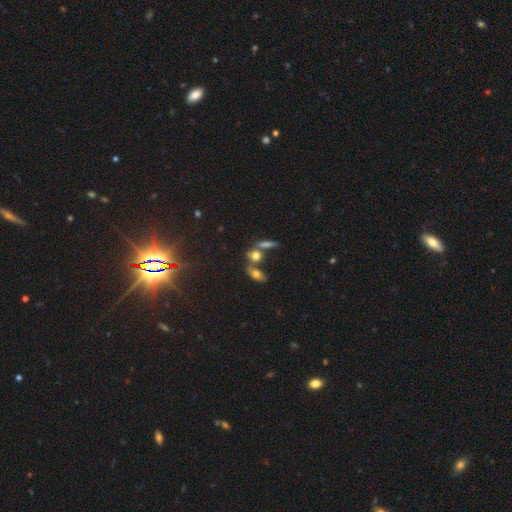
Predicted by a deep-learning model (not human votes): A smooth galaxy with no disk features (62%) that is in between round and cigar-shaped (52%). Merging: none (48%).